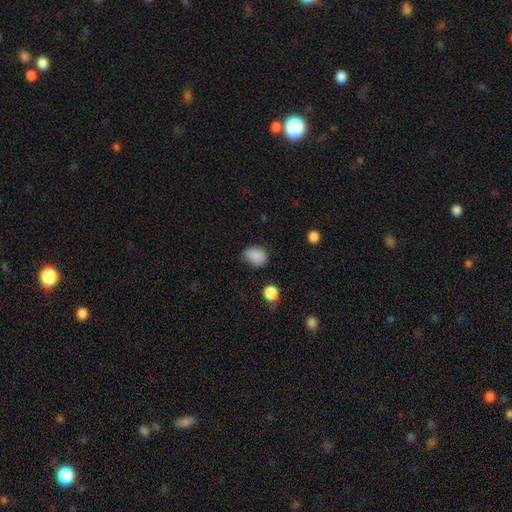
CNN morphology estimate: Smooth or featured? Predicted: smooth (p=0.85). How rounded? Predicted: in between (p=0.62). Merging? Predicted: none (p=0.67).